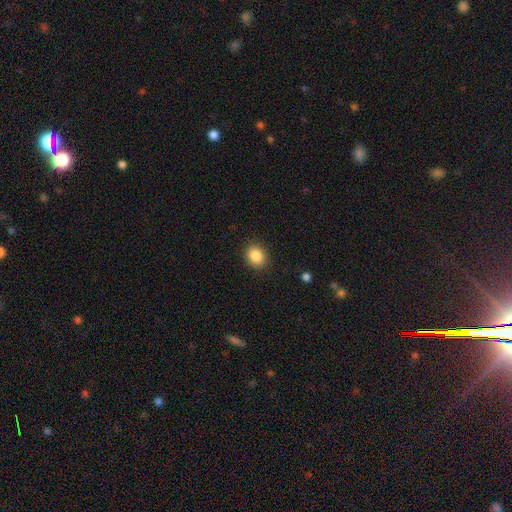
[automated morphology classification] smooth_or_featured: smooth (p=0.85) [alt: star or artifact p=0.09]
how_rounded: round (p=0.65) [alt: in between p=0.34]
merging: none (p=0.89) [alt: minor disturbance p=0.07]